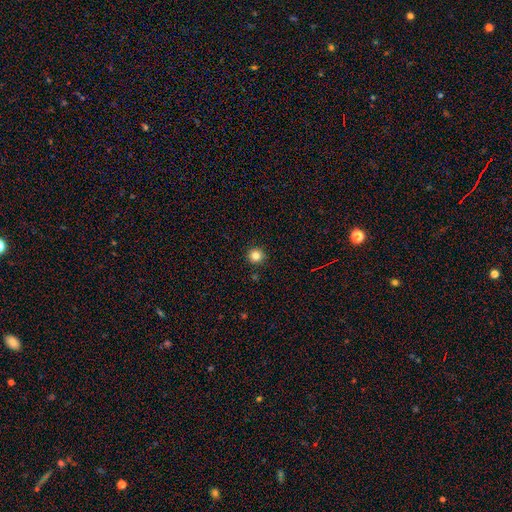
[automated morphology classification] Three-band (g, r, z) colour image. It shows a smooth galaxy with no disk features (82%) that is round (95%). Merging: none (91%).